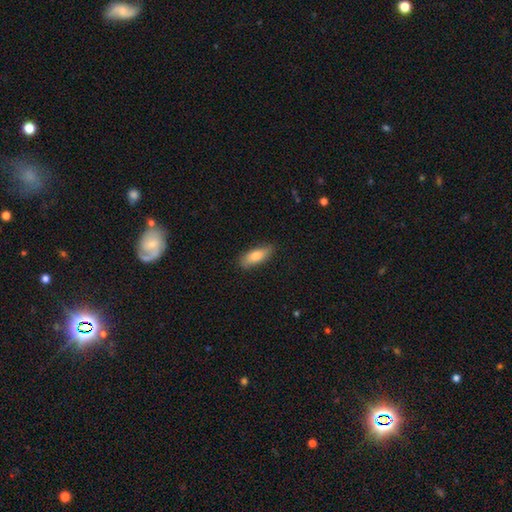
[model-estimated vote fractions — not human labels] A smooth galaxy with no disk features (76%) that is in between round and cigar-shaped (64%). Merging: none (85%).